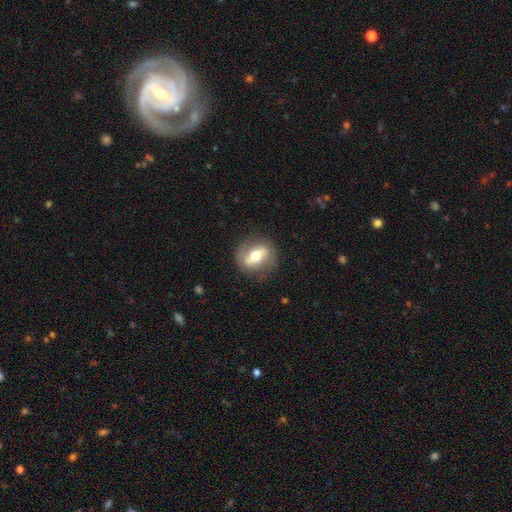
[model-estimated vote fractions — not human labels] This is possibly a featured or disk galaxy (54%). It is likely not viewed edge-on (72%). Merging: clearly none (82%).